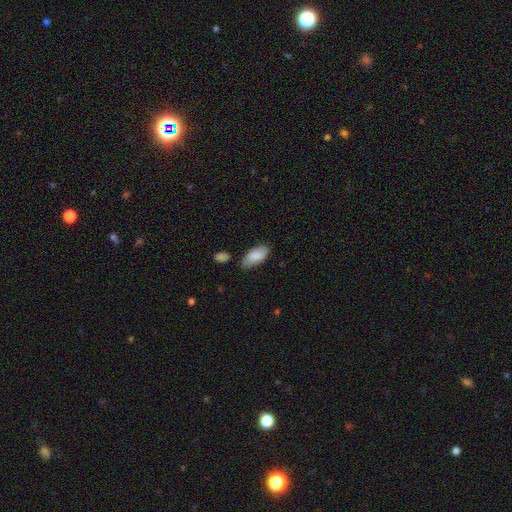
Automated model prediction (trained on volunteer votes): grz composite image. It shows a smooth galaxy with no disk features (84%) that is in between round and cigar-shaped (92%). Merging: none (70%).